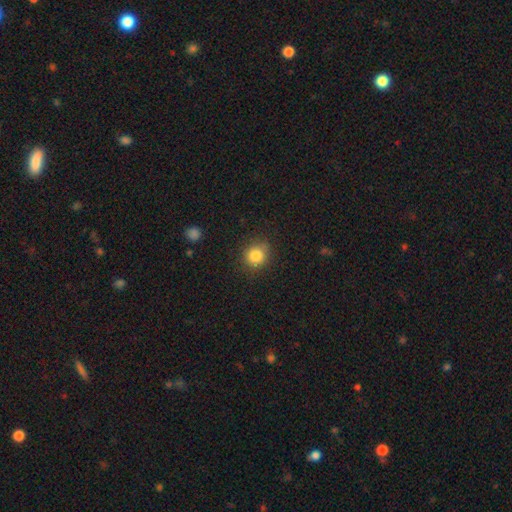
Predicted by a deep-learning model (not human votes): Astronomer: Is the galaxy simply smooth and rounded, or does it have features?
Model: smooth — 85%.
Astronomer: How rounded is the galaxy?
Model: round — 83%.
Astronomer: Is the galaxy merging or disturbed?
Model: none — 82%.